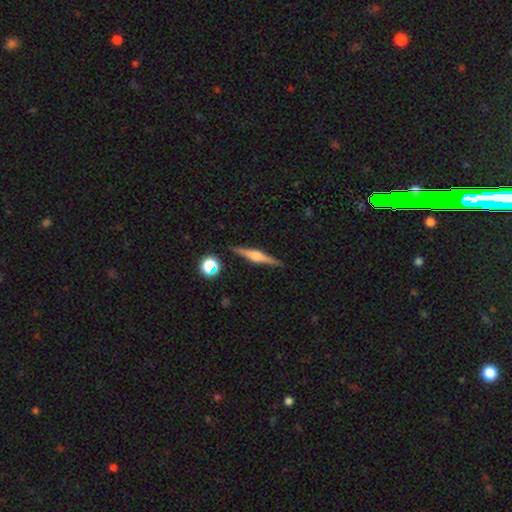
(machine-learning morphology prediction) featured or disk 71%, smooth 22%, star or artifact 7%. Down the decision tree: edge-on disk — yes (98%); edge-on bulge — rounded (81%); merging — none (90%).